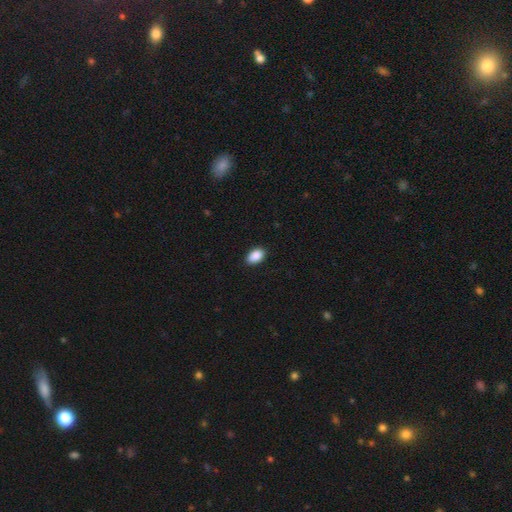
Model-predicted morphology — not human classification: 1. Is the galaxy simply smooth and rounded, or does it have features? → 90% smooth, 7% star or artifact, 3% featured or disk.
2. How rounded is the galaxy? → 92% in between, 7% round, 1% cigar-shaped.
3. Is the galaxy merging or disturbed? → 88% none, 9% minor disturbance, 2% major disturbance, 1% merger.